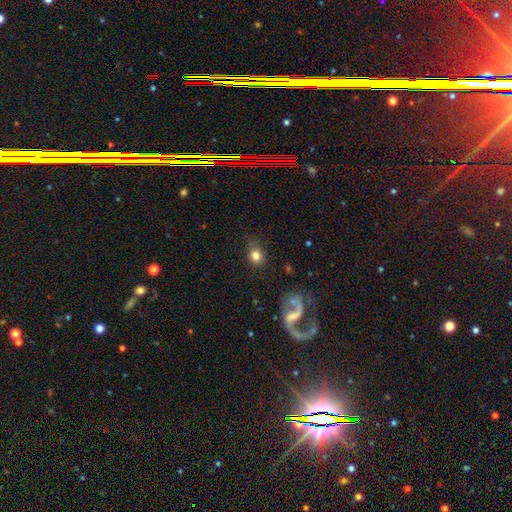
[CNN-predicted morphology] This is likely a smooth galaxy (79%). How rounded: likely round (74%). Merging: likely none (79%).